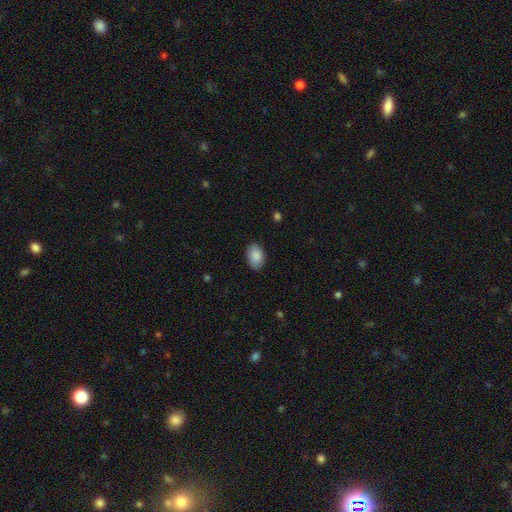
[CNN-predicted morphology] smooth-or-featured: smooth: 87% | featured or disk: 7% | star or artifact: 6%
  how-rounded: in between: 87% | round: 12% | cigar-shaped: 1%
  merging: none: 84% | minor disturbance: 12% | major disturbance: 2% | merger: 1%